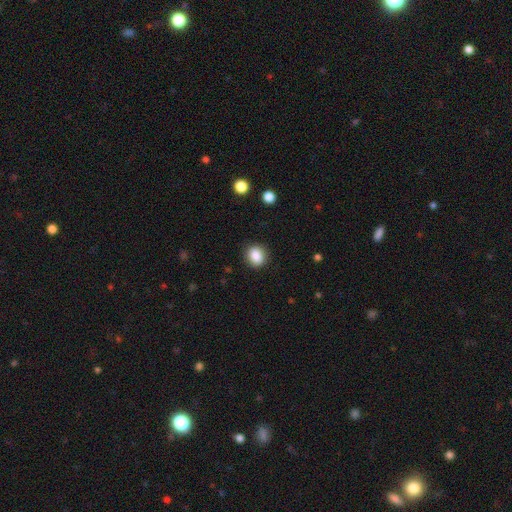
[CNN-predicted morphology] smooth 86%, star or artifact 9%, featured or disk 5%. Down the decision tree: how rounded — round (71%); merging — none (89%).